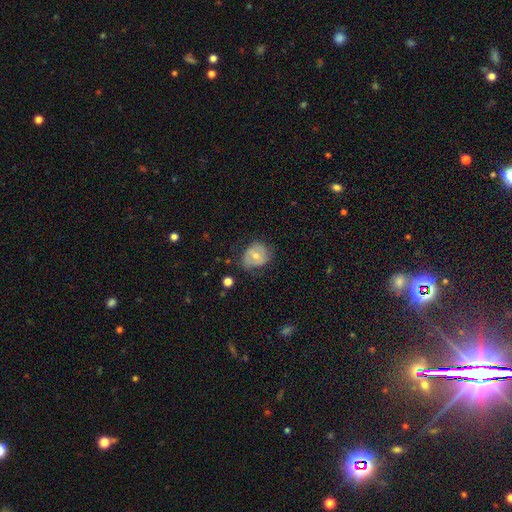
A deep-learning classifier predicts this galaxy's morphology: Smooth or featured? Predicted: smooth (p=0.53). How rounded? Predicted: round (p=0.62). Merging? Predicted: none (p=0.57).